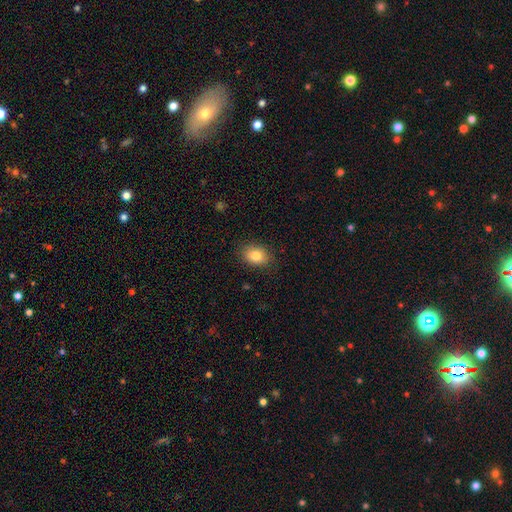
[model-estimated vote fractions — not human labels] This is clearly a smooth galaxy (82%). How rounded: likely in between (67%). Merging: clearly none (86%).